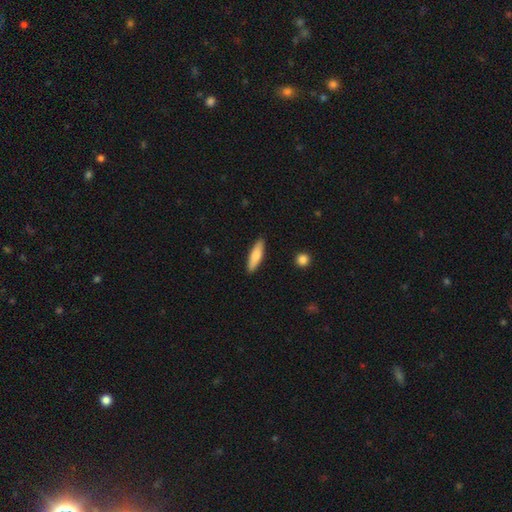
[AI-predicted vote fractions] A smooth galaxy with no disk features (75%) that is cigar-shaped (68%). Merging: none (89%).